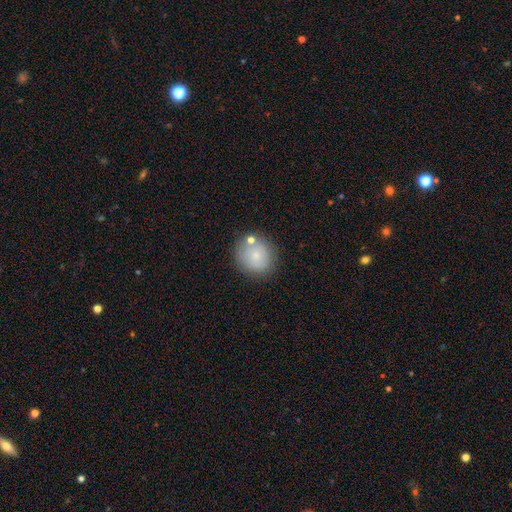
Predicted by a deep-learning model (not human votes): A smooth galaxy with no disk features (76%) that is round (88%). Merging: none (71%).